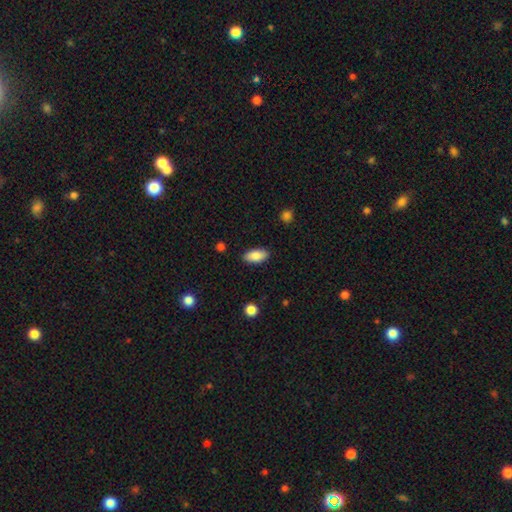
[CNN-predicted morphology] Overall: smooth (85%). How rounded: in between (90%). Merging: none (88%).